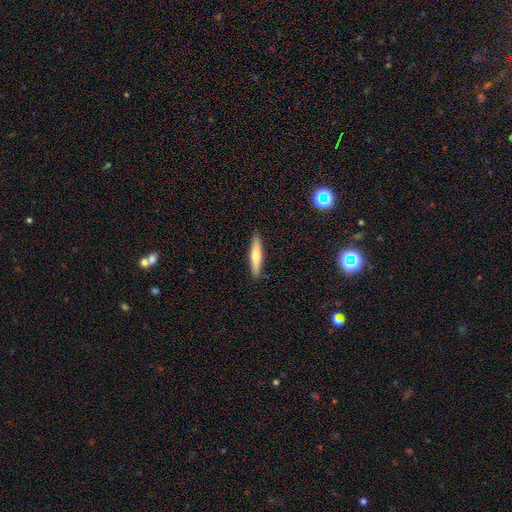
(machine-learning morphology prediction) A smooth galaxy with no disk features (61%) that is cigar-shaped (88%). Merging: none (90%).